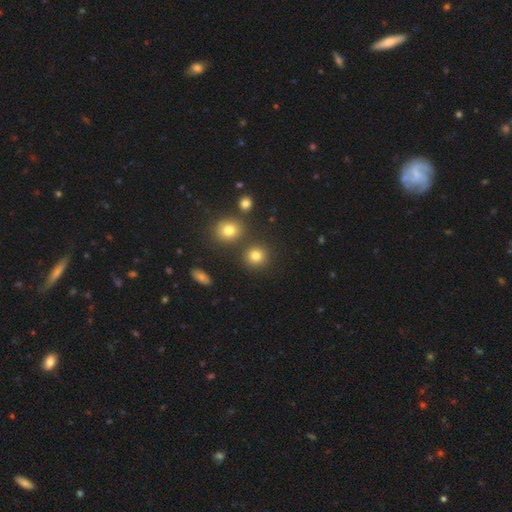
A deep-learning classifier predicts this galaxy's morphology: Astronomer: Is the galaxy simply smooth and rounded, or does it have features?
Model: smooth — 80%.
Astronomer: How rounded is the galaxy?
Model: round — 89%.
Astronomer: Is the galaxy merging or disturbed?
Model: none — 82%.